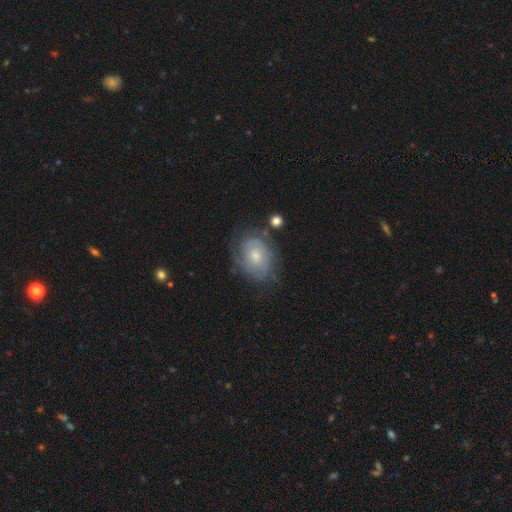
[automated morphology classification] Overall: featured or disk (72%). Edge-on disk: no (97%). Bar: no (73%). Spiral arms: yes (88%). Spiral arm count: can't tell (40%; 2 37%). Spiral winding: tight (67%). Bulge size: small (51%; moderate 42%). Merging: none (68%).